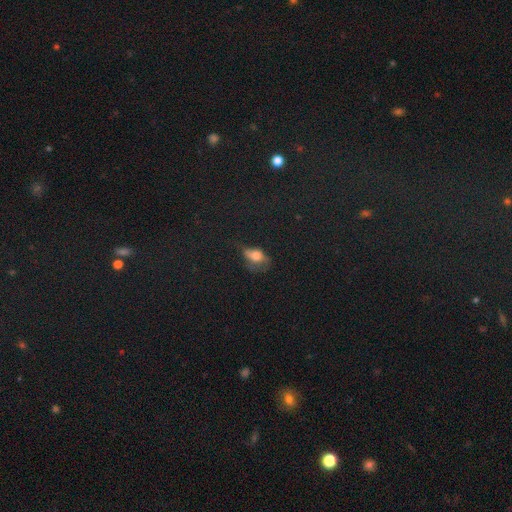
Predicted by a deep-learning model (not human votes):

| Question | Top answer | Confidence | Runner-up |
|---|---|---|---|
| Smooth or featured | smooth | 64% | featured or disk (19%) |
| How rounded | in between | 73% | round (23%) |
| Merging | major disturbance | 35% | minor disturbance (31%) |